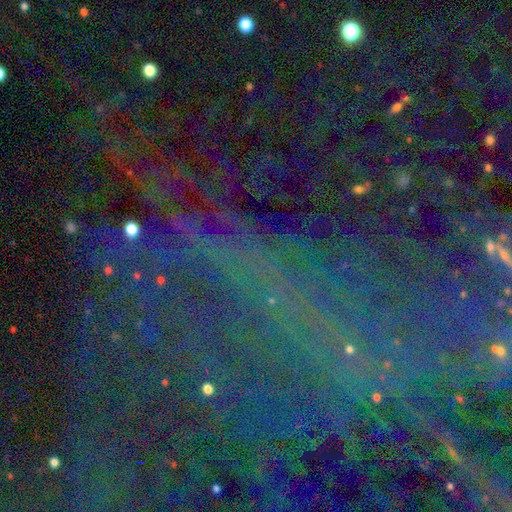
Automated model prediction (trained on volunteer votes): A star or artifact, not a galaxy (86%).